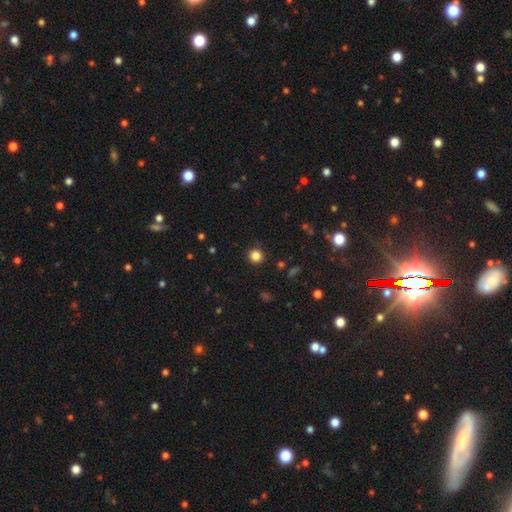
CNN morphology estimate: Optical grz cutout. It shows a smooth galaxy with no disk features (83%) that is round (94%). Merging: none (90%).